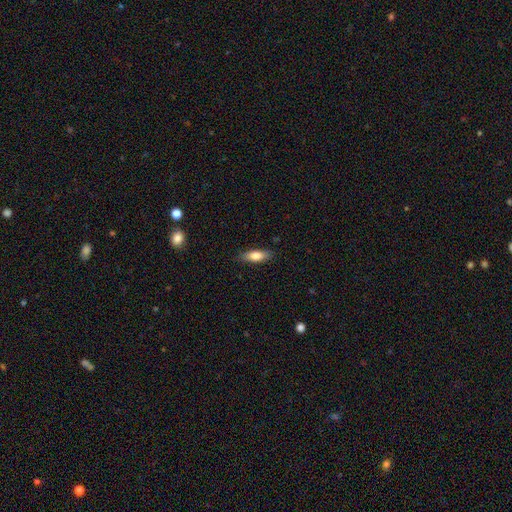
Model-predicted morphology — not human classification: type=smooth (76%); roundness=in between (62%); merging=none (84%).